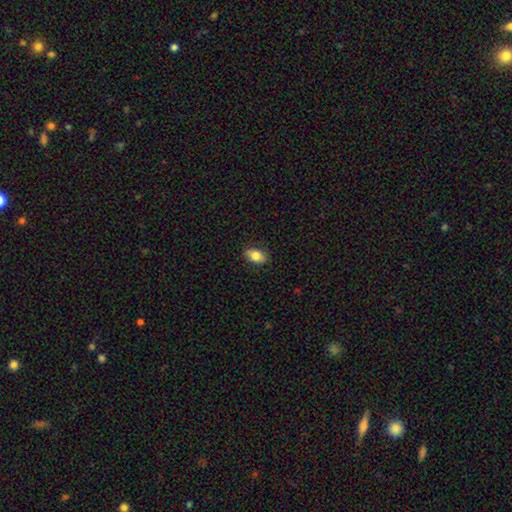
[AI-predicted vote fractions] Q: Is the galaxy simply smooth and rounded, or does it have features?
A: smooth — 81%.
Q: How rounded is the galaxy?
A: in between — 86%.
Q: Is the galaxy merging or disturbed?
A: none — 86%.